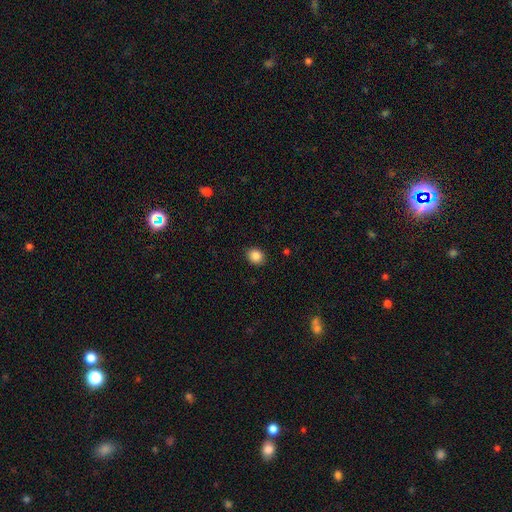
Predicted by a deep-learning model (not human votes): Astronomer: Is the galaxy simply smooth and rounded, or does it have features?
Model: smooth — 86%.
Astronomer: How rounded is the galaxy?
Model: round — 64%.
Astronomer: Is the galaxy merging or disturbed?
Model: none — 90%.